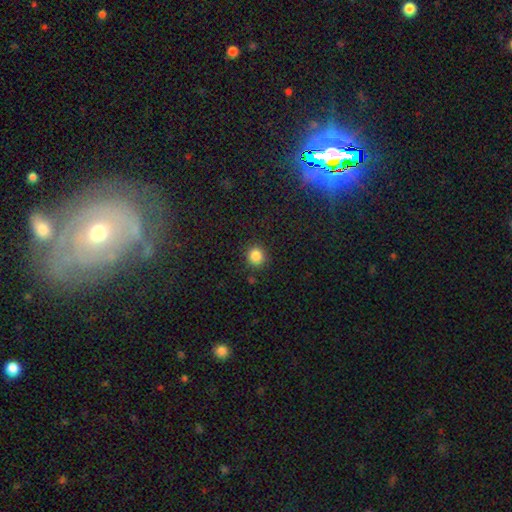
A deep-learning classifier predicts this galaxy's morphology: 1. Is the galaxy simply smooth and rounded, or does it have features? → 85% smooth, 11% star or artifact, 4% featured or disk.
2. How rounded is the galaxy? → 90% round, 9% in between, 1% cigar-shaped.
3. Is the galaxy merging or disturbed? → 88% none, 8% minor disturbance, 3% major disturbance, 2% merger.